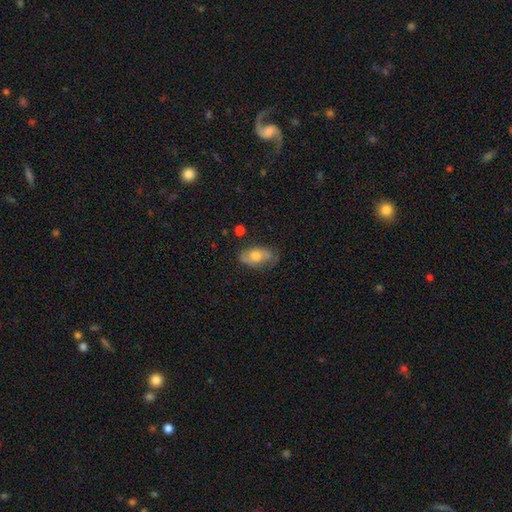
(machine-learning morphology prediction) This appears to be a smooth galaxy with no disk features (53%) that is in between round and cigar-shaped (88%). Merging: none (63%).